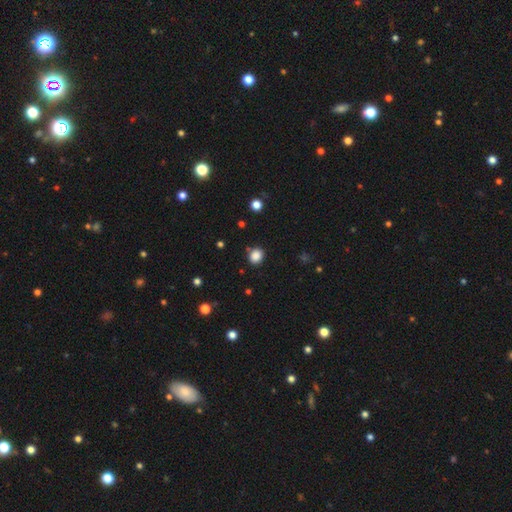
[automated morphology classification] Smooth or featured: smooth — 85% (star or artifact — 11%)
How rounded: round — 72% (in between — 27%)
Merging: none — 83% (minor disturbance — 11%)